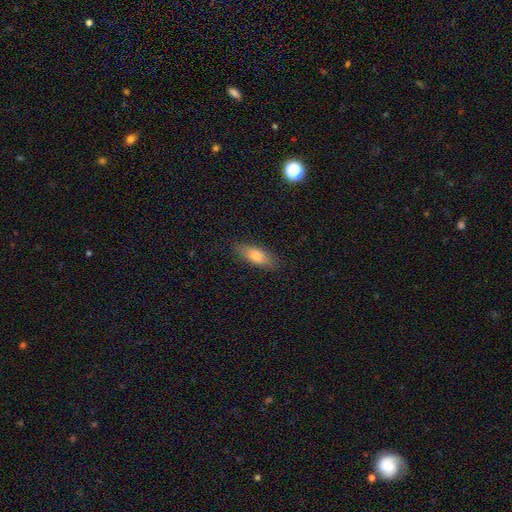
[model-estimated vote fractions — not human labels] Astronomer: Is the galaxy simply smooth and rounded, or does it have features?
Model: smooth — 75%.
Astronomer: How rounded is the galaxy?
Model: in between — 65%.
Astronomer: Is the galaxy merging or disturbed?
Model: none — 84%.